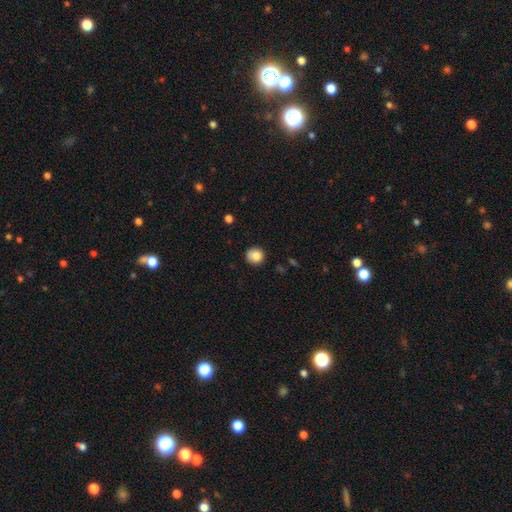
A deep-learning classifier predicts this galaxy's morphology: smooth 84%, star or artifact 9%, featured or disk 7%. Down the decision tree: how rounded — round (90%); merging — none (87%).